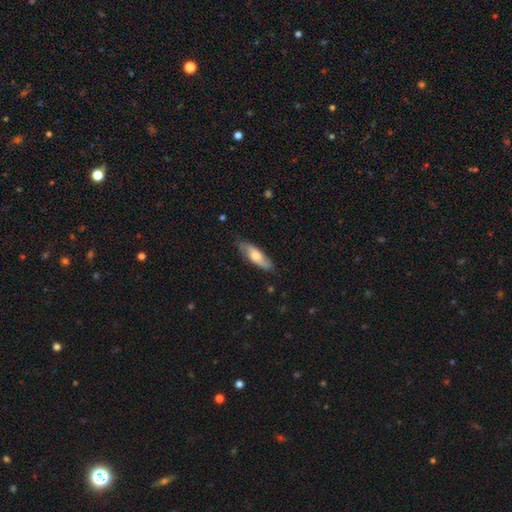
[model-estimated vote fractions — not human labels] This appears to be a smooth galaxy with no disk features (59%) that is in between round and cigar-shaped (52%). Merging: none (80%).